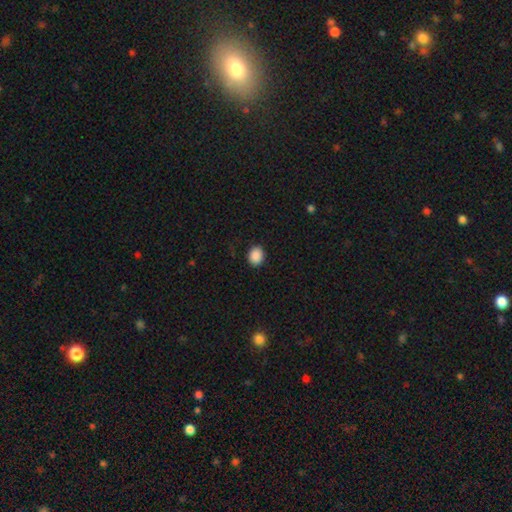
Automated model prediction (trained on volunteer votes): Q: Smooth or featured?
A: smooth (89%); runner-up: star or artifact (8%)
Q: How rounded?
A: round (59%); runner-up: in between (40%)
Q: Merging?
A: none (89%); runner-up: minor disturbance (8%)